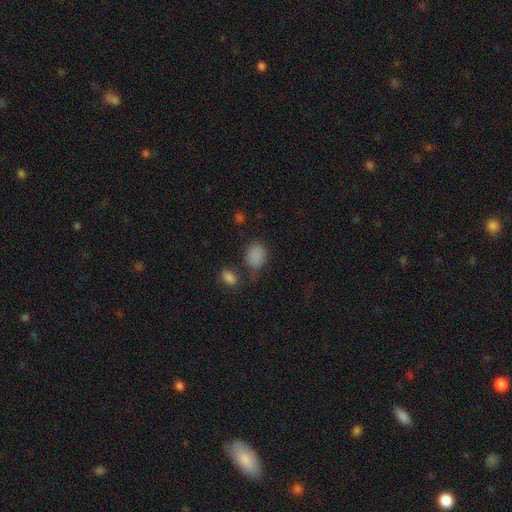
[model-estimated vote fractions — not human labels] Smooth or featured? smooth (84%)
How rounded? in between (70%)
Merging? none (56%)